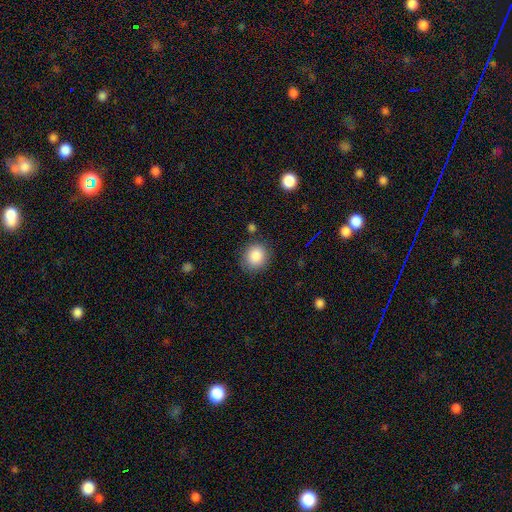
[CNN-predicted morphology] smooth 87%, star or artifact 9%, featured or disk 5%. Down the decision tree: how rounded — round (81%); merging — none (83%).